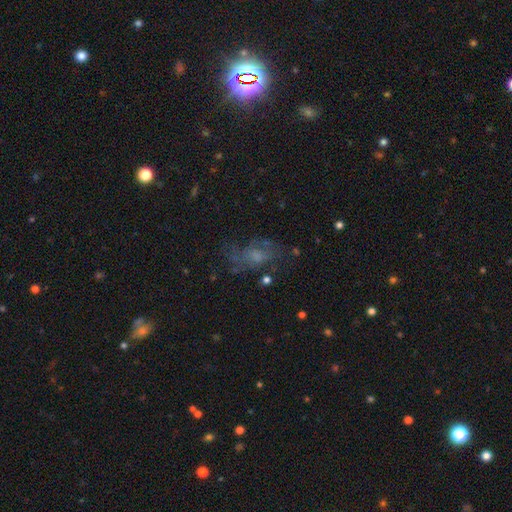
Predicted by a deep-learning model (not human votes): Smooth or featured? featured or disk (49%)
Merging? none (58%)